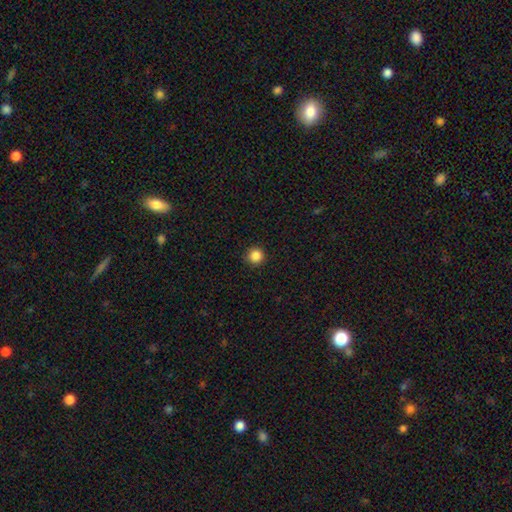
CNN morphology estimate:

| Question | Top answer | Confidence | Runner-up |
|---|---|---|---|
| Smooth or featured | smooth | 86% | star or artifact (11%) |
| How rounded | round | 95% | in between (4%) |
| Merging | none | 91% | minor disturbance (6%) |